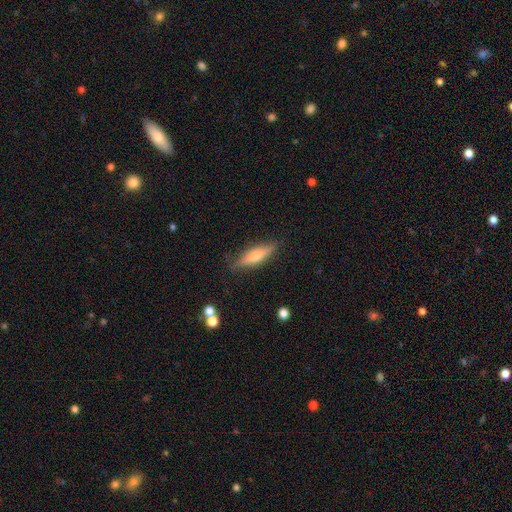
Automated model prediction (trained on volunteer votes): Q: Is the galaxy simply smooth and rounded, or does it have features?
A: smooth — 53%.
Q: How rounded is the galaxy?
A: cigar-shaped — 74%.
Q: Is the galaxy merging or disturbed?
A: none — 84%.